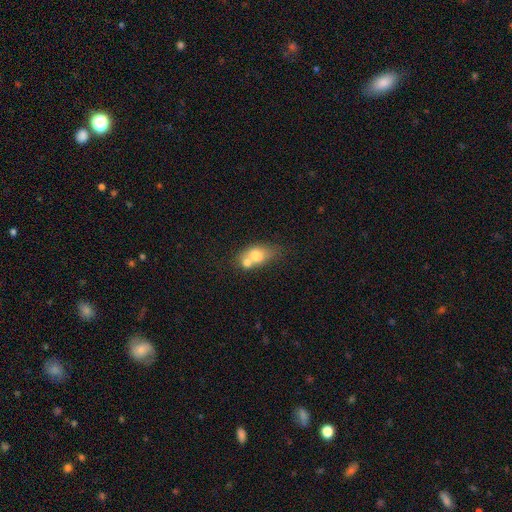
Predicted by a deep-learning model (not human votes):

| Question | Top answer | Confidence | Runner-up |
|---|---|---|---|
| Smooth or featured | smooth | 67% | featured or disk (24%) |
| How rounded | in between | 71% | round (25%) |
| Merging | merger | 60% | none (24%) |